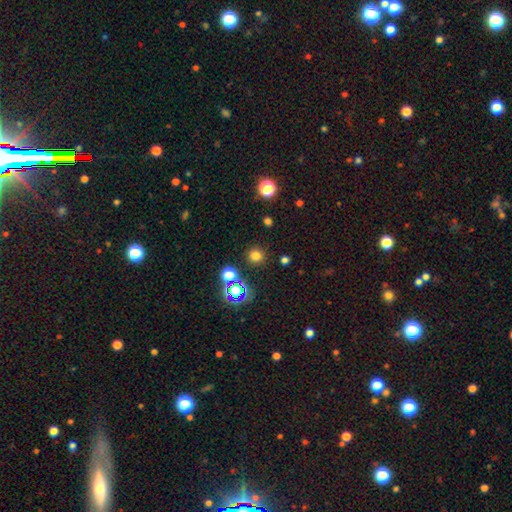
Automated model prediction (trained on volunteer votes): Q: Smooth or featured?
A: smooth (74%); runner-up: star or artifact (21%)
Q: How rounded?
A: round (94%); runner-up: in between (5%)
Q: Merging?
A: none (89%); runner-up: minor disturbance (6%)